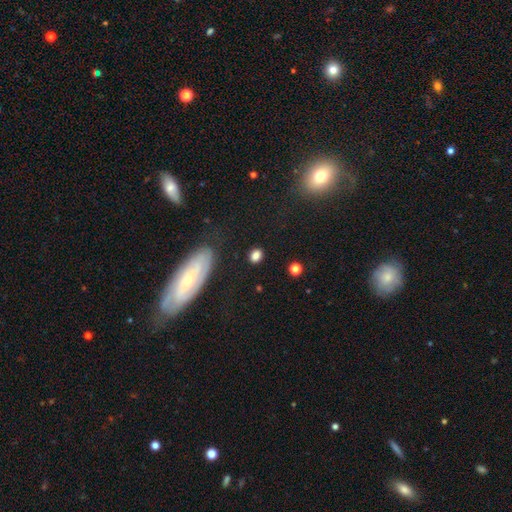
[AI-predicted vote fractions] This appears to be a smooth galaxy with no disk features (81%) that is round (55%). Merging: none (84%).